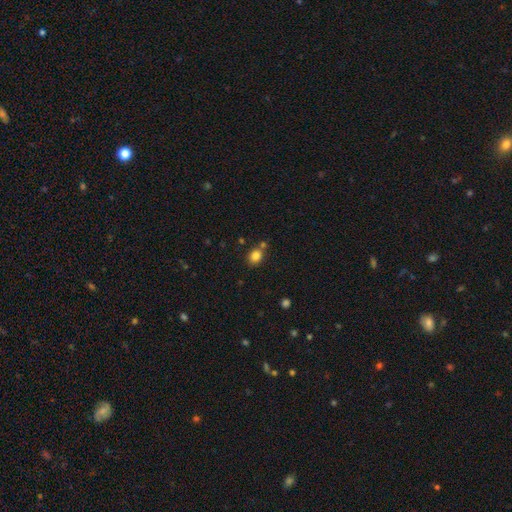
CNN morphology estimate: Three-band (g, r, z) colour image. It shows a smooth galaxy with no disk features (83%) that is round (54%). Merging: none (72%).